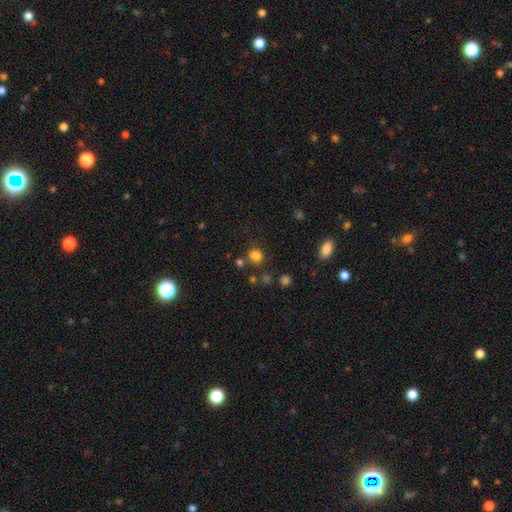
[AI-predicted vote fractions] Smooth or featured? Predicted: smooth (p=0.81). How rounded? Predicted: round (p=0.82). Merging? Predicted: none (p=0.74).